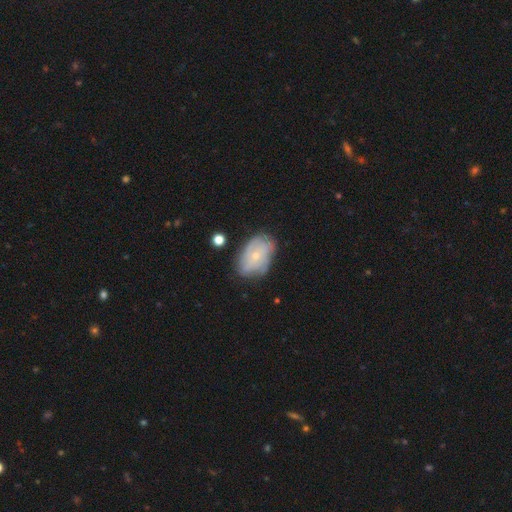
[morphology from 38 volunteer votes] smooth_or_featured: featured or disk (p=0.61) [alt: smooth p=0.39]
disk_edge_on: no (p=0.87) [alt: yes p=0.13]
bar: no (p=1.00)
has_spiral_arms: yes (p=0.70) [alt: no p=0.30]
spiral_winding: medium (p=0.50) [alt: tight p=0.36]
spiral_arm_count: 4 (p=0.50) [alt: can't tell p=0.43]
bulge_size: small (p=0.65) [alt: moderate p=0.35]
merging: none (p=0.47) [alt: minor disturbance p=0.37]